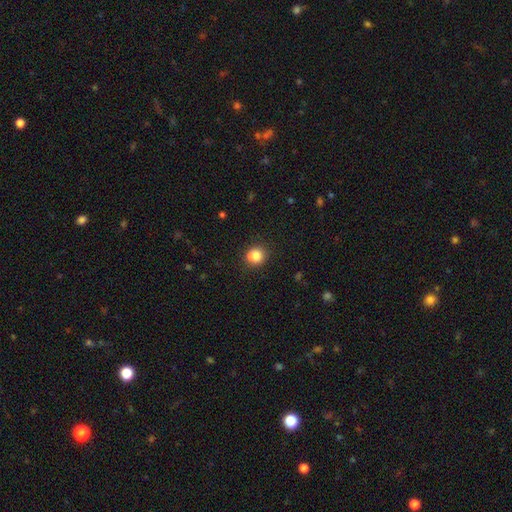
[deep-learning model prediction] smooth-or-featured: smooth: 79% | star or artifact: 11% | featured or disk: 10%
  how-rounded: round: 81% | in between: 18% | cigar-shaped: 1%
  merging: none: 62% | merger: 21% | minor disturbance: 13% | major disturbance: 4%